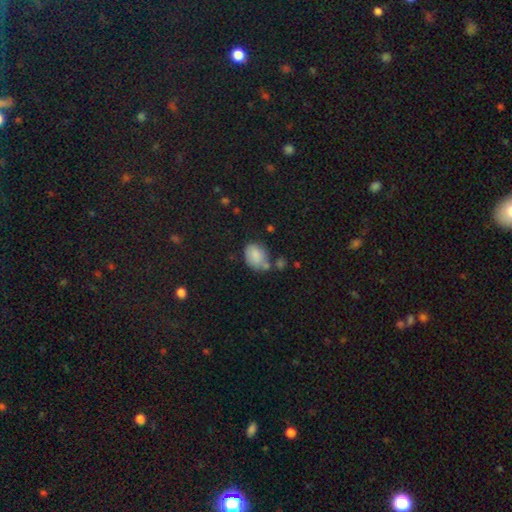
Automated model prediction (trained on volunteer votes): Smooth or featured?
  - smooth: 83% *
  - featured or disk: 9%
  - star or artifact: 8%
How rounded?
  - in between: 71% *
  - round: 28%
  - cigar-shaped: 1%
Merging?
  - none: 51% *
  - minor disturbance: 24%
  - merger: 17%
  - major disturbance: 8%